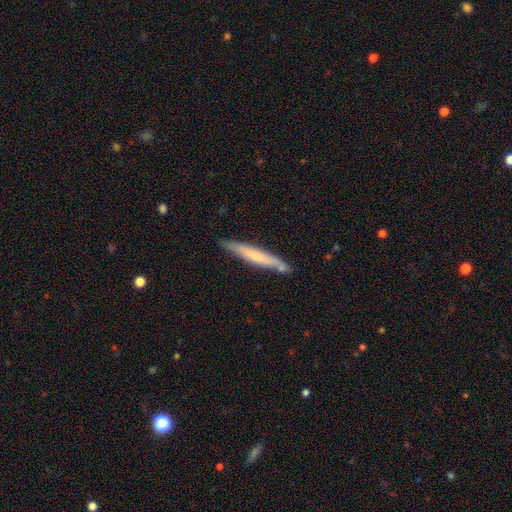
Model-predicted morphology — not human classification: Smooth or featured: smooth — 53% (featured or disk — 41%)
How rounded: cigar-shaped — 95% (in between — 4%)
Merging: none — 81% (minor disturbance — 13%)